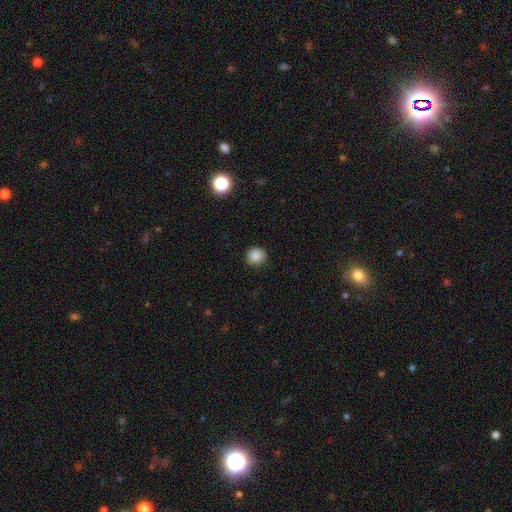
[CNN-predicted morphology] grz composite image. It shows a smooth galaxy with no disk features (86%) that is round (90%). Merging: none (89%).